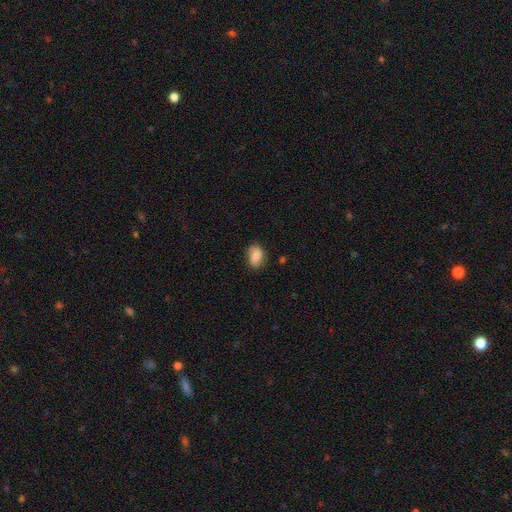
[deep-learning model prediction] This is clearly a smooth galaxy (81%). How rounded: clearly in between (80%). Merging: likely none (74%).